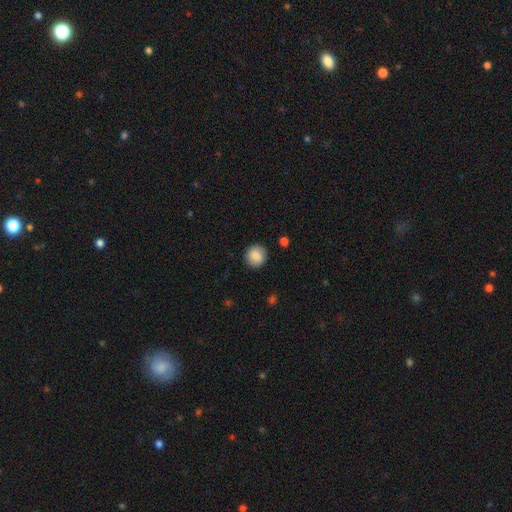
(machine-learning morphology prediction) smooth 86%, star or artifact 8%, featured or disk 6%. Down the decision tree: how rounded — round (90%); merging — none (90%).